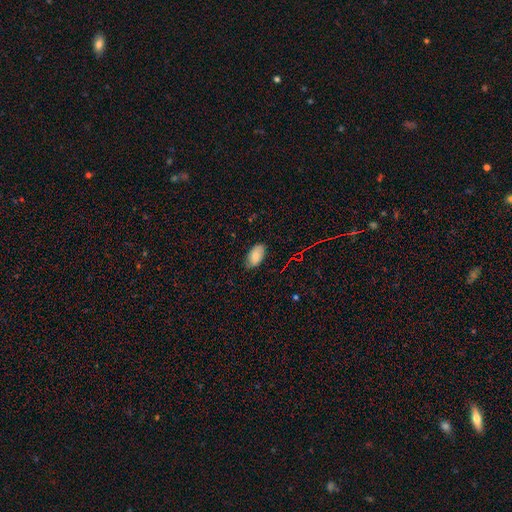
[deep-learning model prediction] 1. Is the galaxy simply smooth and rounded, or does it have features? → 81% smooth, 10% featured or disk, 9% star or artifact.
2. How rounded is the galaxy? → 94% in between, 4% round, 2% cigar-shaped.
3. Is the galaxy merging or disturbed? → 76% none, 20% minor disturbance, 3% major disturbance, 1% merger.